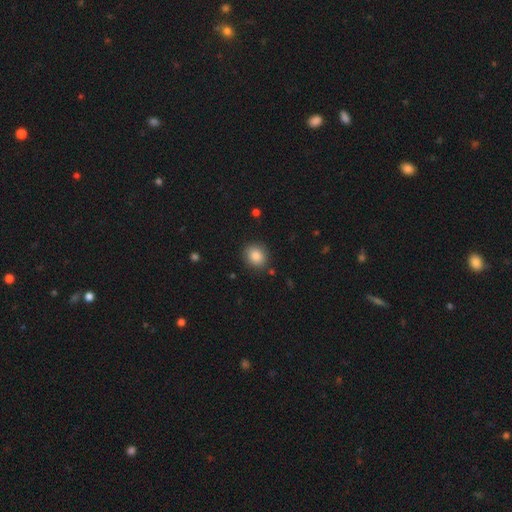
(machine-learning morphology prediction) A smooth galaxy with no disk features (86%) that is round (69%). Merging: none (86%).